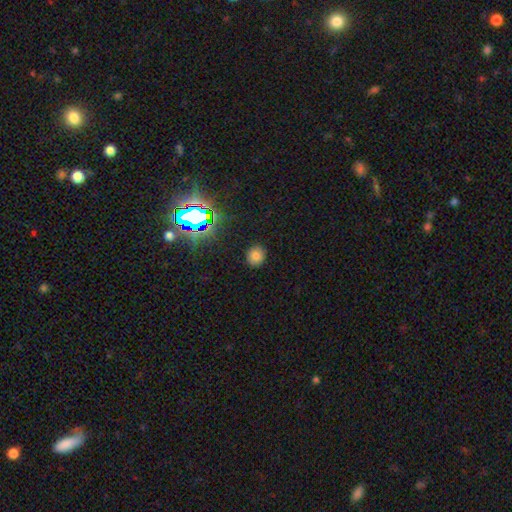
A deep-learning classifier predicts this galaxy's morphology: smooth 74%, star or artifact 19%, featured or disk 7%. Down the decision tree: how rounded — round (81%); merging — none (89%).